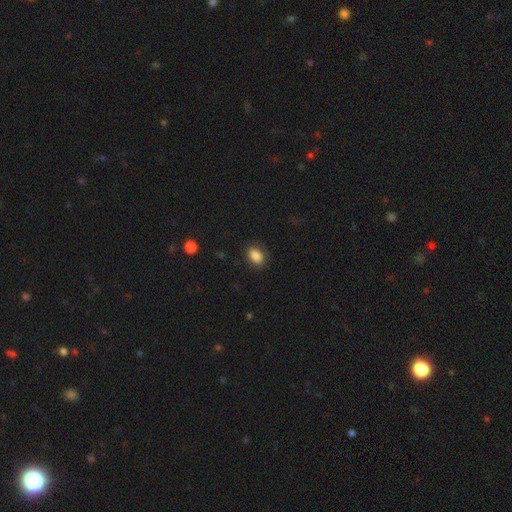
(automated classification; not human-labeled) A smooth galaxy with no disk features (87%) that is in between round and cigar-shaped (80%).

Vote fractions:
- Smooth or featured? smooth: 87% / star or artifact: 8% / featured or disk: 5%
- How rounded? in between: 80% / round: 19% / cigar-shaped: 1%
- Merging? none: 84% / minor disturbance: 11% / major disturbance: 3% / merger: 1%